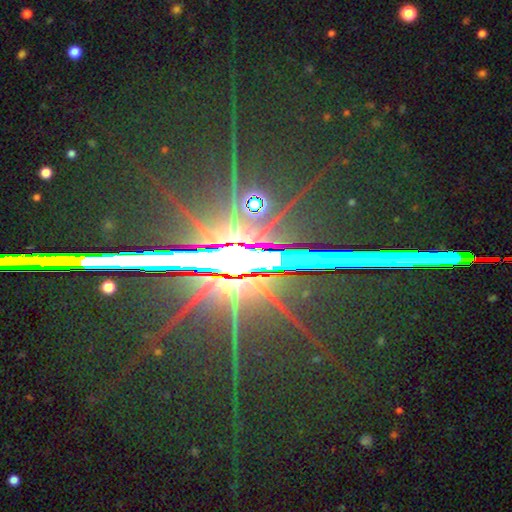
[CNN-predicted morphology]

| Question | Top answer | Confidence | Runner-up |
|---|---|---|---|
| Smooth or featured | star or artifact | 71% | featured or disk (22%) |